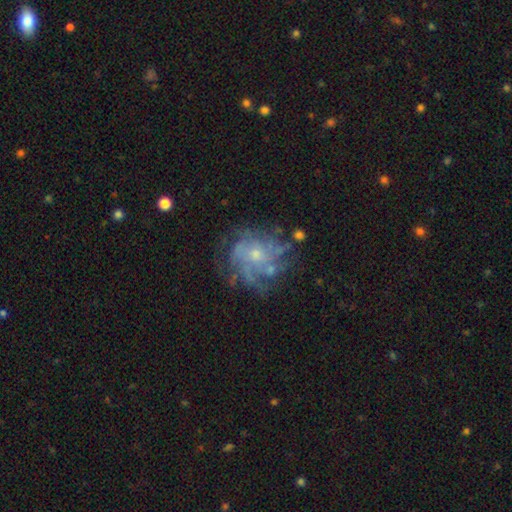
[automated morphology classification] Smooth or featured? Predicted: featured or disk (p=0.75). Edge-on disk? Predicted: no (p=0.98). Bar? Predicted: no (p=0.83). Spiral arms? Predicted: yes (p=0.78). Spiral winding? Predicted: tight (p=0.47). Spiral arm count? Predicted: can't tell (p=0.42). Bulge size? Predicted: small (p=0.63). Merging? Predicted: none (p=0.58).